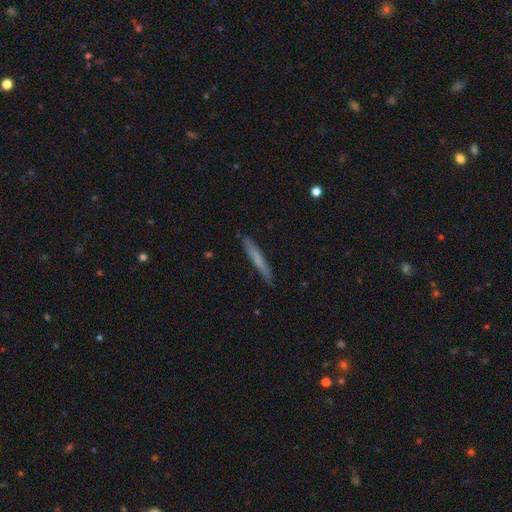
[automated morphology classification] This appears to be a smooth galaxy with no disk features (60%) that is cigar-shaped (96%). Merging: none (89%).